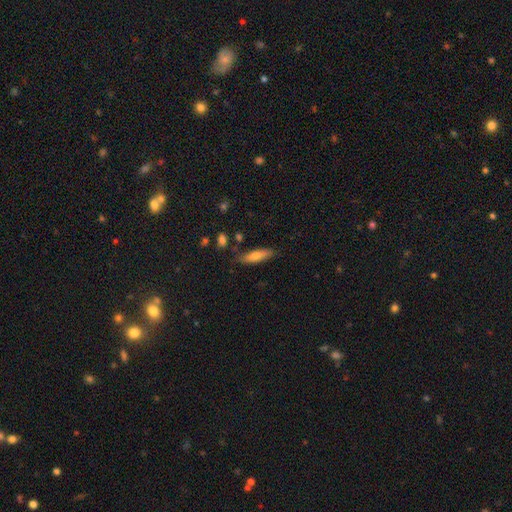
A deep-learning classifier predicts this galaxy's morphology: A smooth galaxy with no disk features (73%) that is cigar-shaped (65%).

Vote fractions:
- Smooth or featured? smooth: 73% / featured or disk: 20% / star or artifact: 6%
- How rounded? cigar-shaped: 65% / in between: 34% / round: 2%
- Merging? none: 81% / minor disturbance: 13% / merger: 3% / major disturbance: 3%